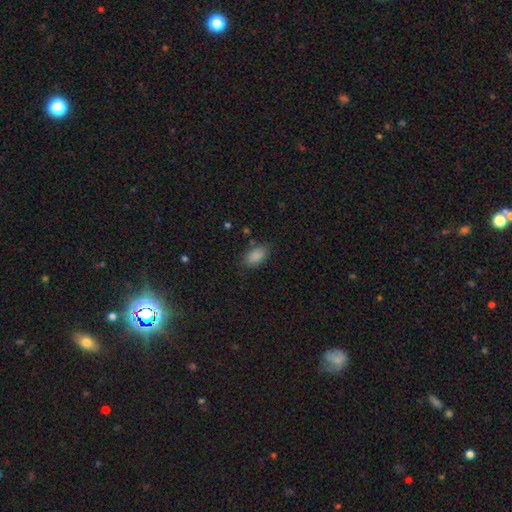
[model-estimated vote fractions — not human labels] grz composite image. It shows a smooth galaxy with no disk features (87%) that is in between round and cigar-shaped (91%). Merging: none (81%).